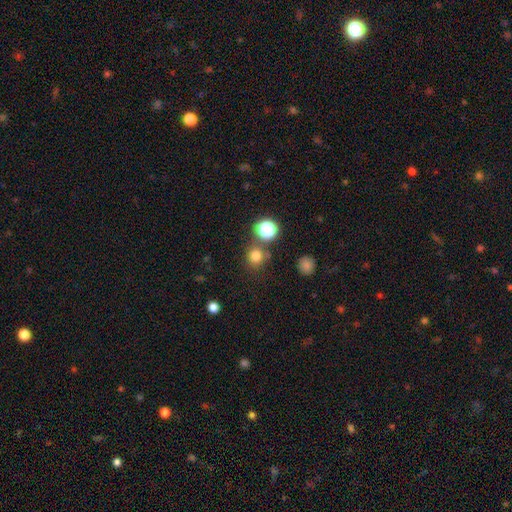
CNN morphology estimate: Q: Smooth or featured?
A: smooth (75%); runner-up: star or artifact (19%)
Q: How rounded?
A: round (88%); runner-up: in between (11%)
Q: Merging?
A: none (74%); runner-up: merger (13%)